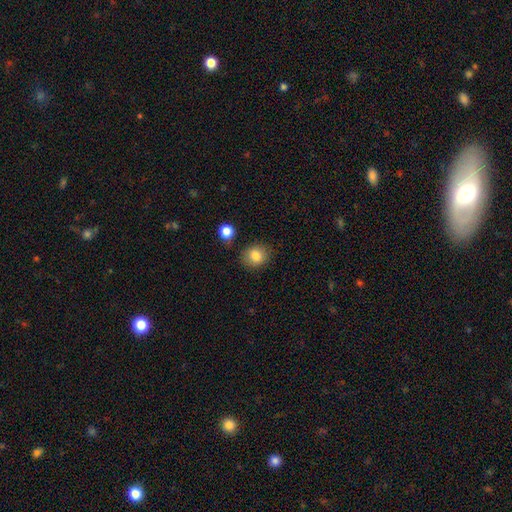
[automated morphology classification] smooth-or-featured: smooth: 83% | star or artifact: 10% | featured or disk: 7%
  how-rounded: round: 70% | in between: 29% | cigar-shaped: 1%
  merging: none: 80% | minor disturbance: 12% | merger: 4% | major disturbance: 3%